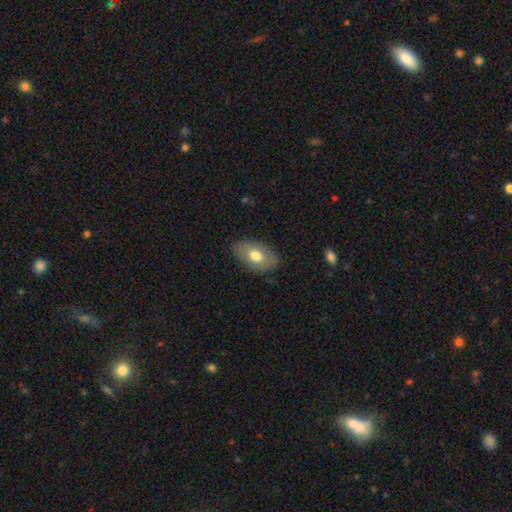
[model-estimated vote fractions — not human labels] Smooth or featured?
  - smooth: 69% *
  - featured or disk: 25%
  - star or artifact: 6%
How rounded?
  - in between: 92% *
  - round: 7%
  - cigar-shaped: 2%
Merging?
  - none: 82% *
  - minor disturbance: 14%
  - major disturbance: 3%
  - merger: 1%